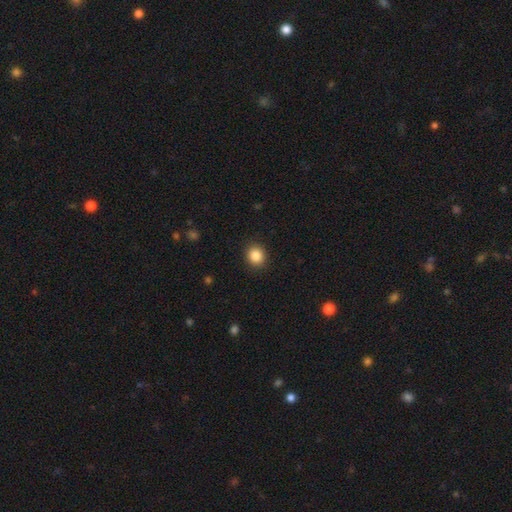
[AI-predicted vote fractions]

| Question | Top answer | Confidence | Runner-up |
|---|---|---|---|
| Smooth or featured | smooth | 86% | star or artifact (10%) |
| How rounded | round | 80% | in between (19%) |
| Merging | none | 91% | minor disturbance (6%) |